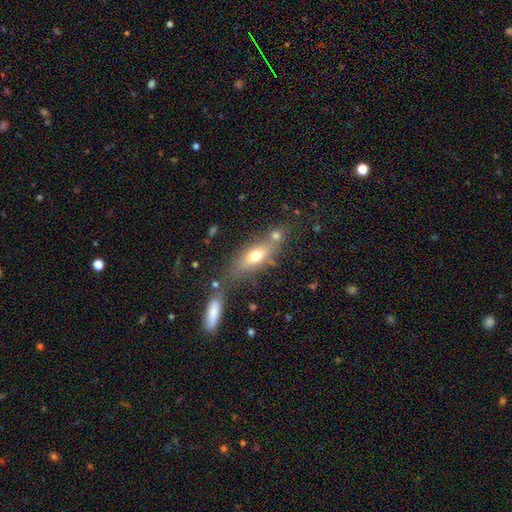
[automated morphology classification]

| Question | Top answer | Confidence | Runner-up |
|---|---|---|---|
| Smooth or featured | smooth | 60% | featured or disk (29%) |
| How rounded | in between | 55% | cigar-shaped (37%) |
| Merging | none | 54% | merger (25%) |